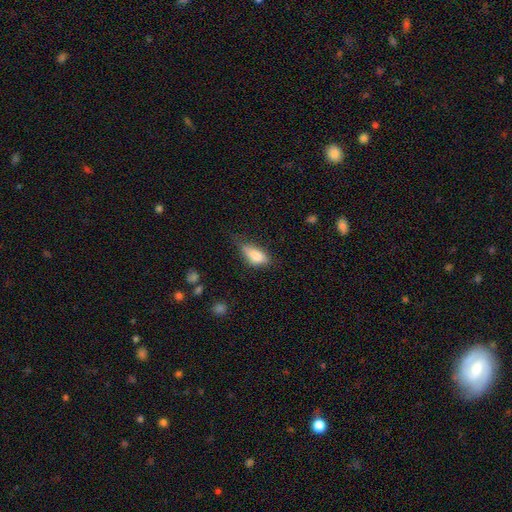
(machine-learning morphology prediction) A smooth galaxy with no disk features (81%) that is in between round and cigar-shaped (84%).

Vote fractions:
- Smooth or featured? smooth: 81% / featured or disk: 11% / star or artifact: 7%
- How rounded? in between: 84% / cigar-shaped: 13% / round: 3%
- Merging? none: 46% / minor disturbance: 38% / major disturbance: 13% / merger: 3%